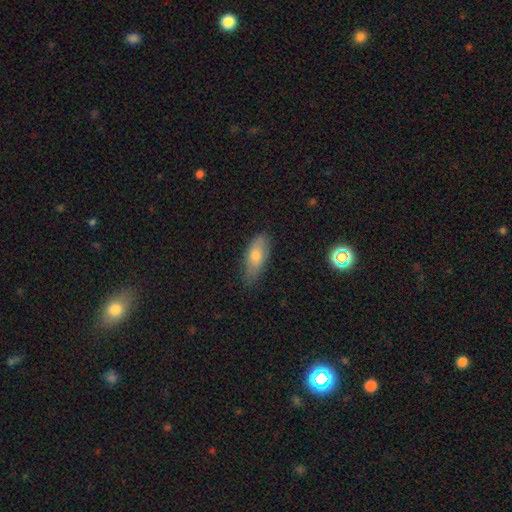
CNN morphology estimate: This is likely a smooth galaxy (70%). How rounded: likely in between (78%). Merging: likely none (75%).